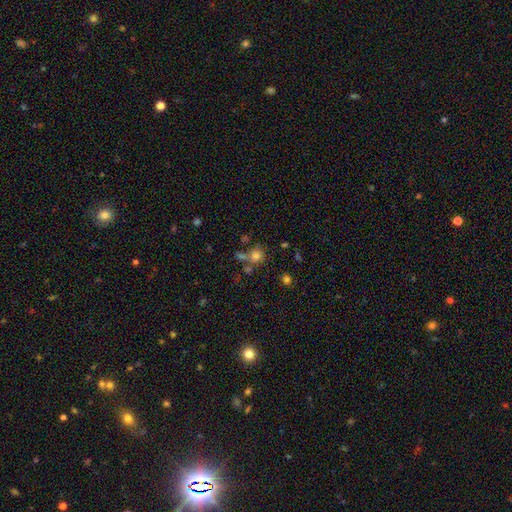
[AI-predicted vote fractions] This appears to be a smooth galaxy with no disk features (74%) that is round (82%). Merging: none (56%).